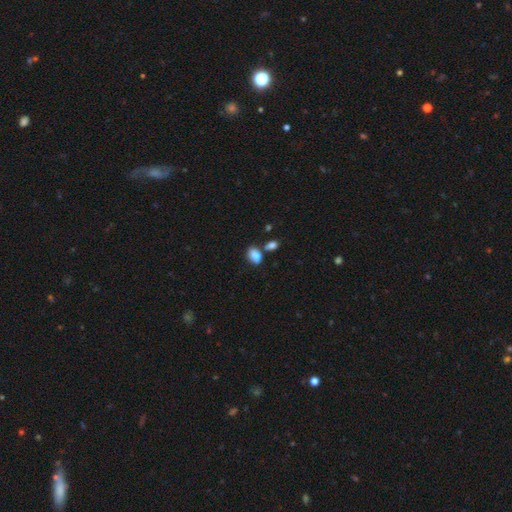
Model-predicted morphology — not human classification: Smooth or featured?
  - smooth: 83% *
  - star or artifact: 9%
  - featured or disk: 8%
How rounded?
  - in between: 86% *
  - round: 12%
  - cigar-shaped: 2%
Merging?
  - none: 51% *
  - merger: 29%
  - minor disturbance: 16%
  - major disturbance: 5%